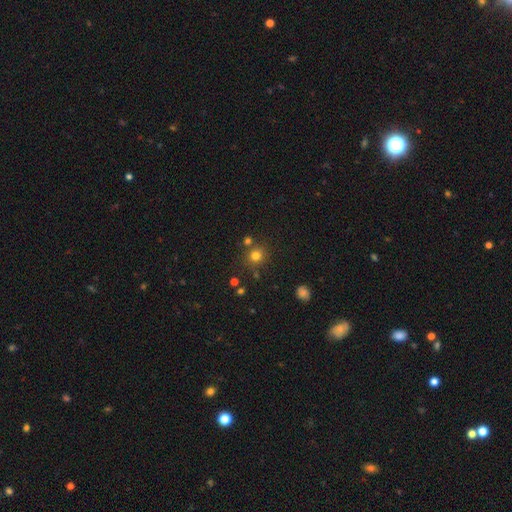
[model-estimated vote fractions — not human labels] The model was most divided on "smooth or featured": smooth: 77%, star or artifact: 16%, featured or disk: 7%. More confident: how rounded — round (90%); merging — none (78%).